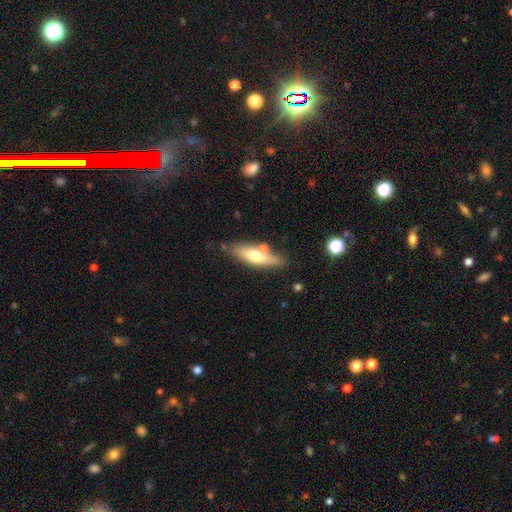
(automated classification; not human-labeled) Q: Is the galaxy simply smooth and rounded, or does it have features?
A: smooth — 54%.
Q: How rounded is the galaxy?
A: cigar-shaped — 57%.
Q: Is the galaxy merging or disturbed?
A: none — 69%.